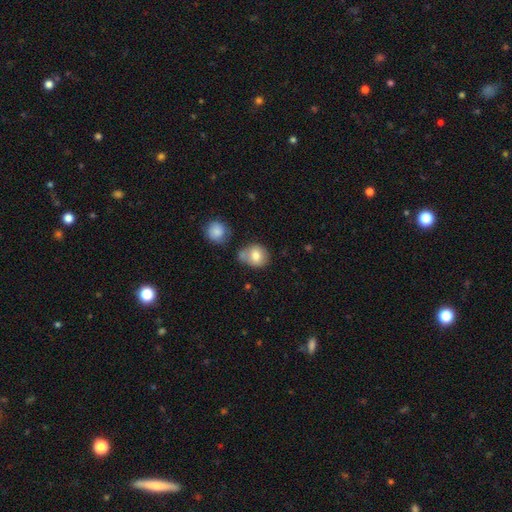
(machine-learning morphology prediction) A smooth galaxy with no disk features (78%) that is round (66%).

Vote fractions:
- Smooth or featured? smooth: 78% / featured or disk: 13% / star or artifact: 8%
- How rounded? round: 66% / in between: 33% / cigar-shaped: 1%
- Merging? none: 49% / minor disturbance: 22% / merger: 21% / major disturbance: 7%